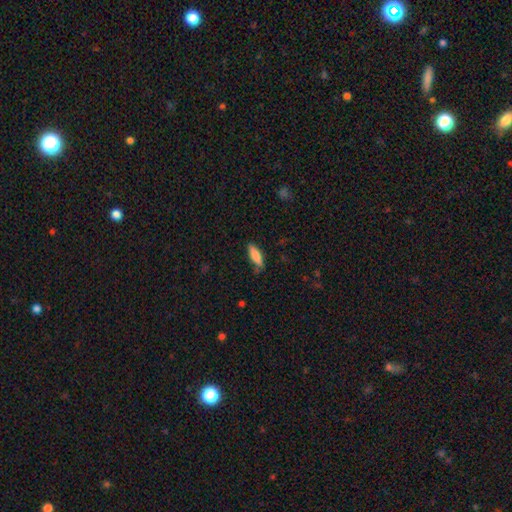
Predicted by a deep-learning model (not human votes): Morphology: type=smooth (80%); roundness=in between (53%); merging=none (74%).